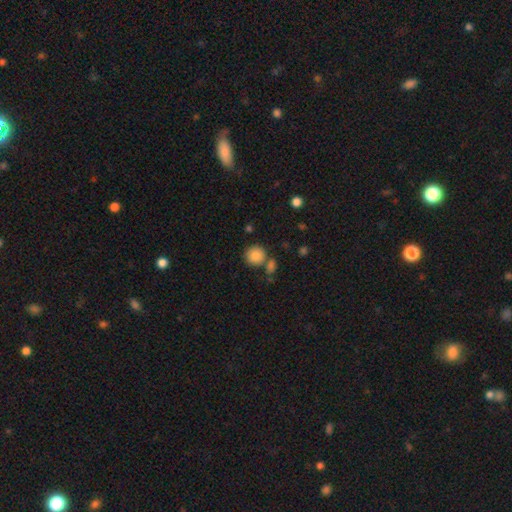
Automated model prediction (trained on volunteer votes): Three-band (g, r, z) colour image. It shows a smooth galaxy with no disk features (86%) that is round (88%). Merging: none (69%).